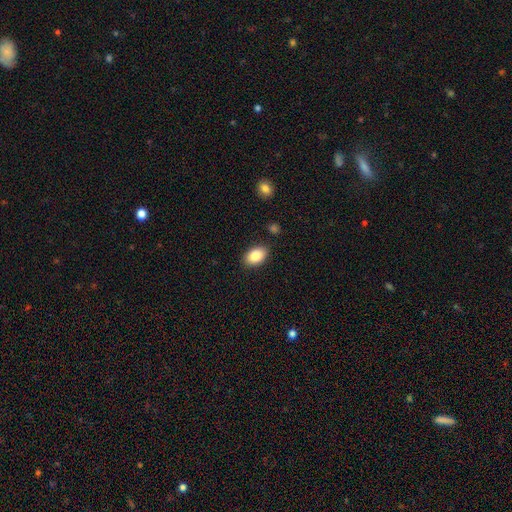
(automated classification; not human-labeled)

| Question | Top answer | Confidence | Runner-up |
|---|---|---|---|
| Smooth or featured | smooth | 86% | star or artifact (7%) |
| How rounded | in between | 90% | round (9%) |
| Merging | none | 86% | minor disturbance (10%) |